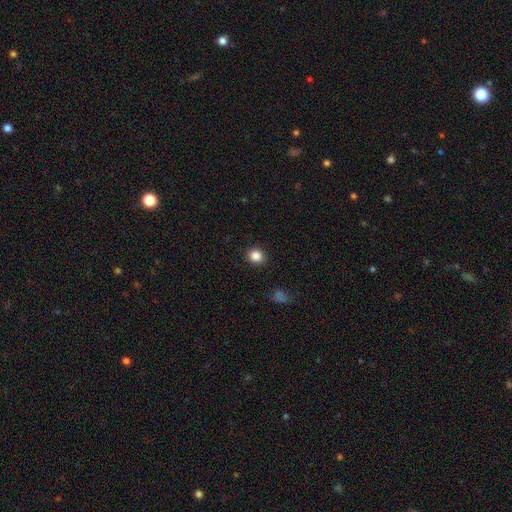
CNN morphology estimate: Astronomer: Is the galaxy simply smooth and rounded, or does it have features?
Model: smooth — 85%.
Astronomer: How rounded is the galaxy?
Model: round — 78%.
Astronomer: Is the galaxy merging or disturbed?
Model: none — 91%.